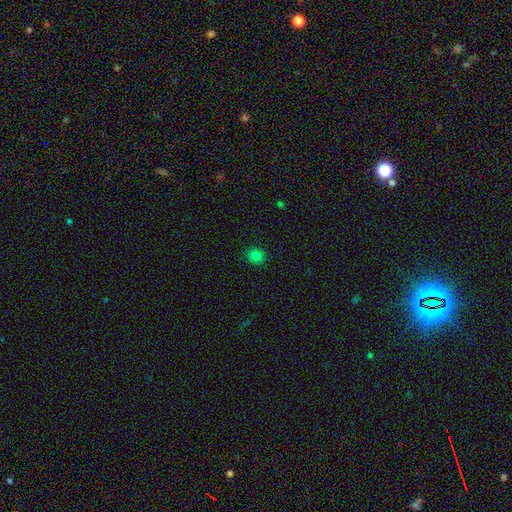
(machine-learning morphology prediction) Smooth or featured: smooth — 81% (star or artifact — 15%)
How rounded: round — 82% (in between — 17%)
Merging: none — 90% (minor disturbance — 7%)